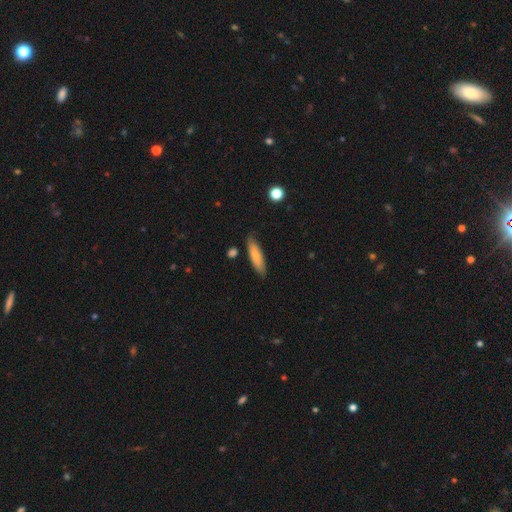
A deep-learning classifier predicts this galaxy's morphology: This appears to be a smooth galaxy with no disk features (78%) that is cigar-shaped (65%). Merging: none (80%).